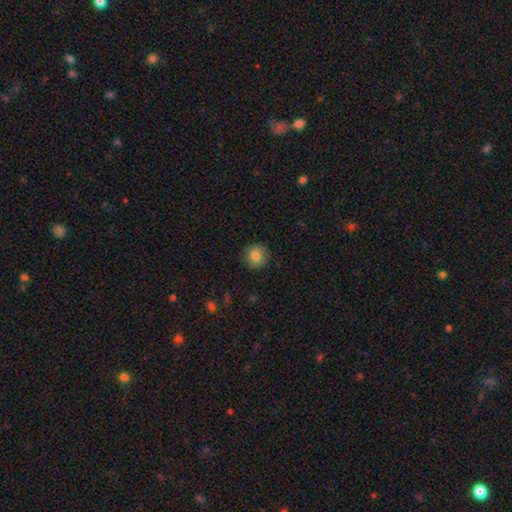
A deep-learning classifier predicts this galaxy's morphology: Overall: smooth (81%). How rounded: round (92%). Merging: none (89%).